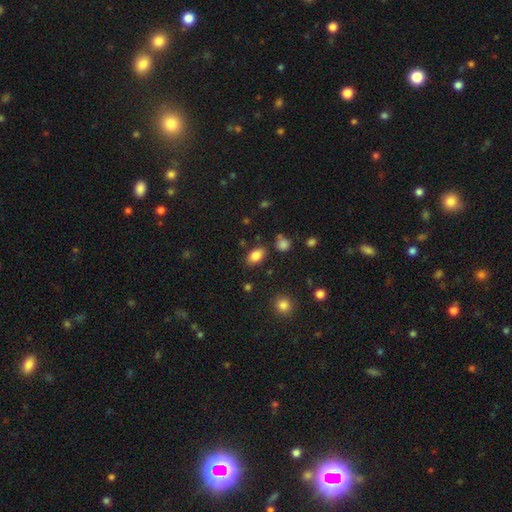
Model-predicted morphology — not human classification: smooth-or-featured: smooth: 84% | star or artifact: 9% | featured or disk: 7%
  how-rounded: in between: 89% | round: 8% | cigar-shaped: 3%
  merging: none: 80% | minor disturbance: 13% | merger: 4% | major disturbance: 3%